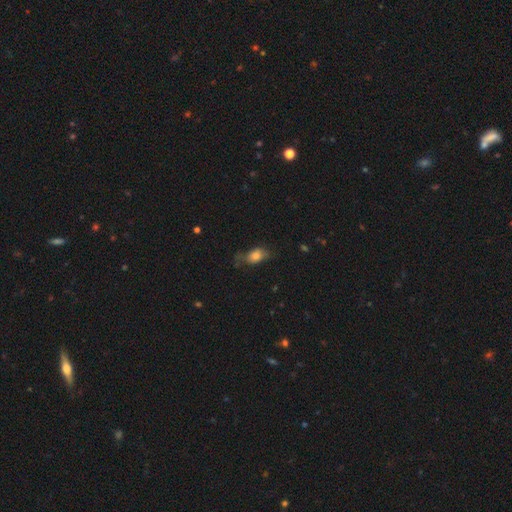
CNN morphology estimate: Smooth or featured? smooth (71%)
How rounded? in between (78%)
Merging? none (50%)